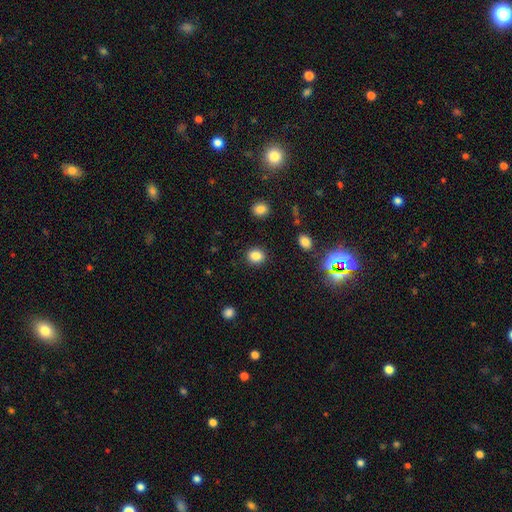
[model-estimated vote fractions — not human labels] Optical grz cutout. It shows a smooth galaxy with no disk features (85%) that is round (71%). Merging: none (89%).